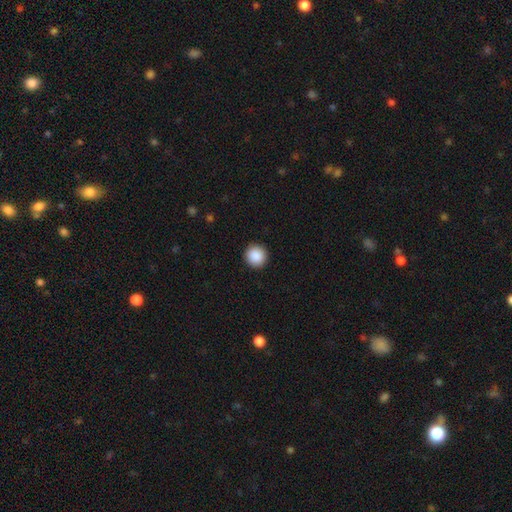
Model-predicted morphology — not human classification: Q: Smooth or featured?
A: smooth (89%); runner-up: star or artifact (8%)
Q: How rounded?
A: round (94%); runner-up: in between (5%)
Q: Merging?
A: none (93%); runner-up: minor disturbance (5%)